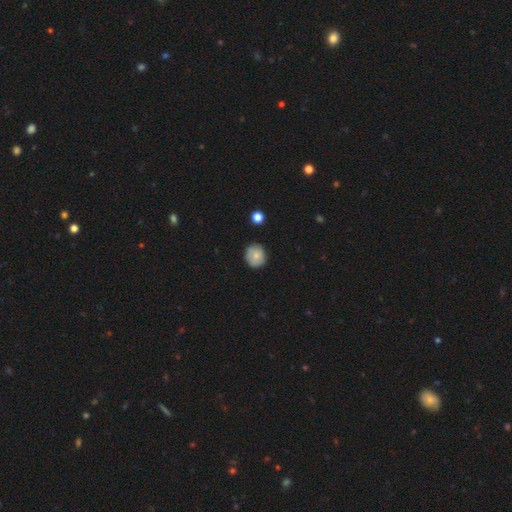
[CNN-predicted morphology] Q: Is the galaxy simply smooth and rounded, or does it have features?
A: smooth — 78%.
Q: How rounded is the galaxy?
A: round — 81%.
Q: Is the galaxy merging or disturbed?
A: none — 81%.